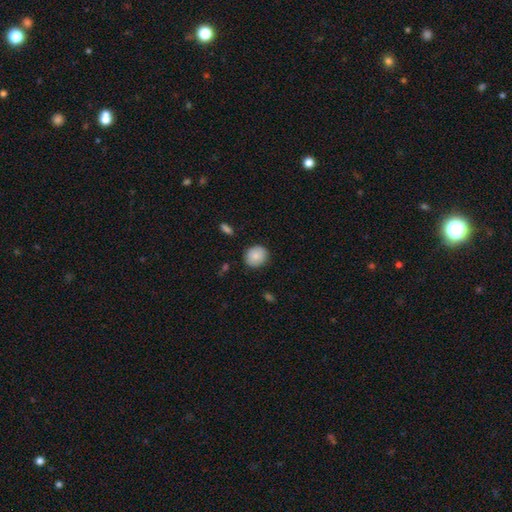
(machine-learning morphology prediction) smooth 85%, featured or disk 8%, star or artifact 7%. Down the decision tree: how rounded — round (79%); merging — none (85%).